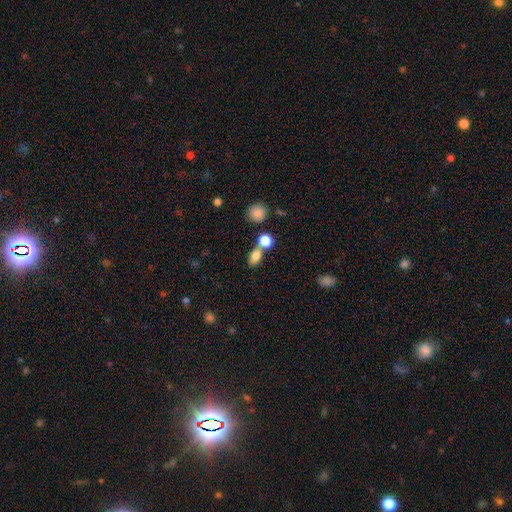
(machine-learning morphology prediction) The model was most divided on "merging": none: 49%, merger: 37%, minor disturbance: 10%, major disturbance: 4%. More confident: smooth or featured — smooth (81%); how rounded — in between (75%).